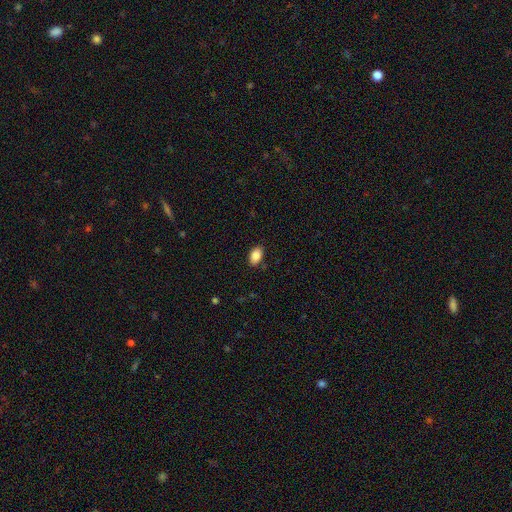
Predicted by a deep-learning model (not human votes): Overall: smooth (87%). How rounded: in between (91%). Merging: none (87%).